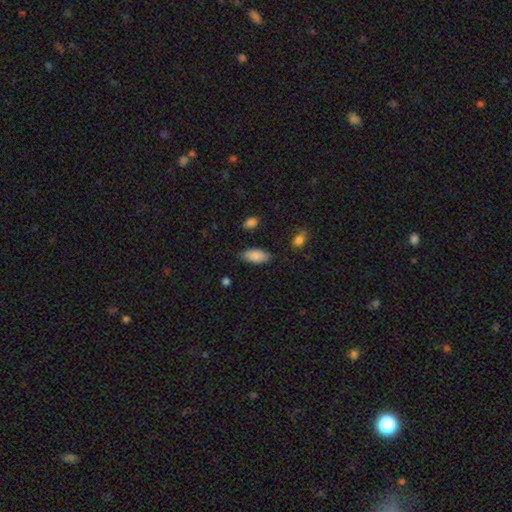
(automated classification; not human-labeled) Overall: smooth (88%). How rounded: in between (91%). Merging: none (82%).